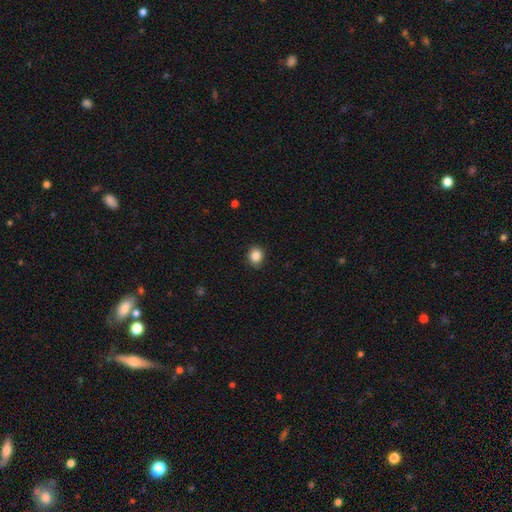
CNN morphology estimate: Smooth or featured? Predicted: smooth (p=0.86). How rounded? Predicted: round (p=0.74). Merging? Predicted: none (p=0.90).